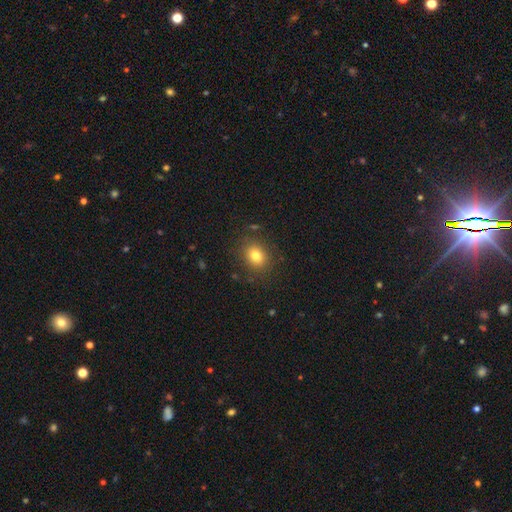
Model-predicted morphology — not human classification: type=smooth (80%); roundness=round (52%); merging=none (85%).